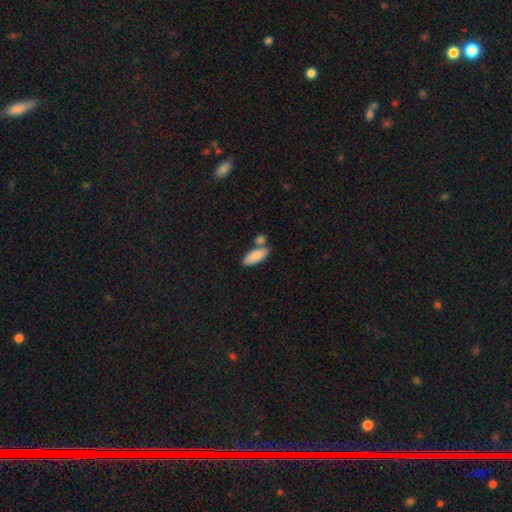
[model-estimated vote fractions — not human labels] This appears to be a smooth galaxy with no disk features (87%) that is in between round and cigar-shaped (80%). Merging: none (59%).